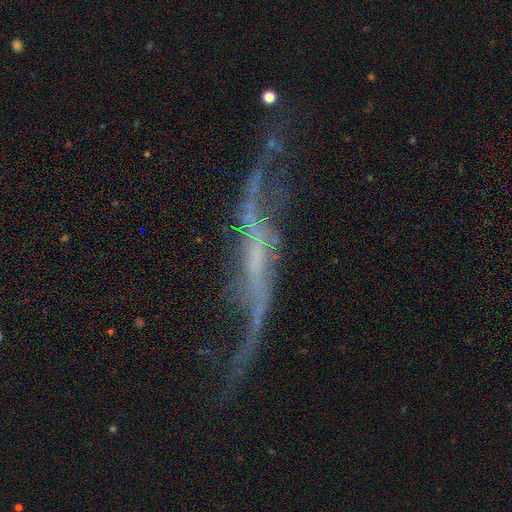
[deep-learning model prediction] Overall: featured or disk (81%). Edge-on disk: no (66%; yes 34%). Bar: no (40%; weak 33%). Spiral arms: yes (86%). Bulge size: none (46%; small 42%). Merging: none (56%; major disturbance 20%).